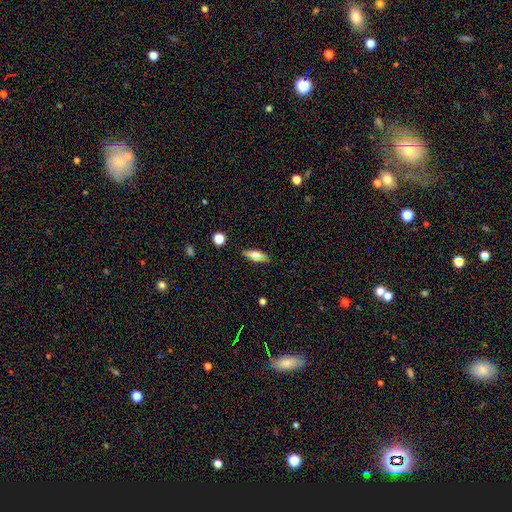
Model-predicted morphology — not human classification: A smooth galaxy with no disk features (63%) that is in between round and cigar-shaped (58%).

Vote fractions:
- Smooth or featured? smooth: 63% / featured or disk: 30% / star or artifact: 7%
- How rounded? in between: 58% / cigar-shaped: 38% / round: 3%
- Merging? none: 86% / minor disturbance: 10% / major disturbance: 2% / merger: 1%